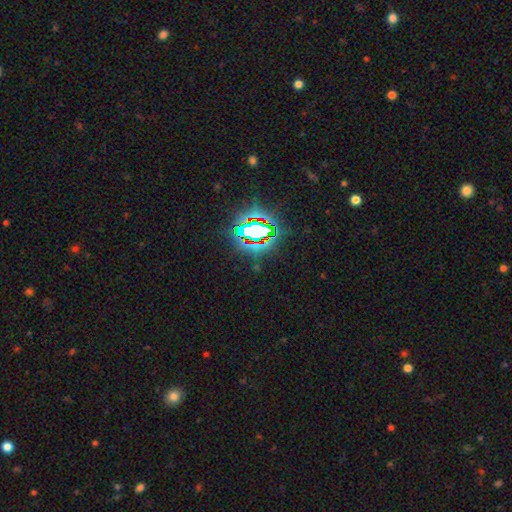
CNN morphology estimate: Smooth or featured? star or artifact (80%)